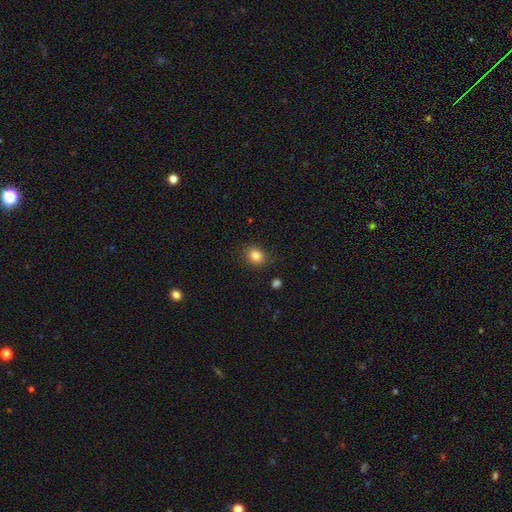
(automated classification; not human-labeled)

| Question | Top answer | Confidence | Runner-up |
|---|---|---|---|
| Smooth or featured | smooth | 83% | star or artifact (11%) |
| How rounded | round | 61% | in between (39%) |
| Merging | none | 86% | minor disturbance (10%) |